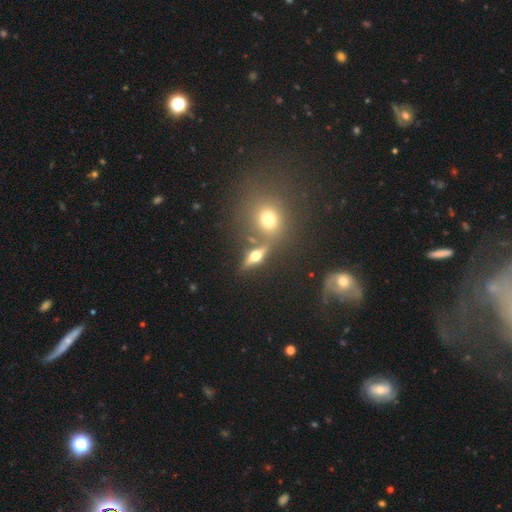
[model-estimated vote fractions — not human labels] Smooth or featured? featured or disk (57%)
Edge-on disk? yes (86%)
Merging? none (72%)